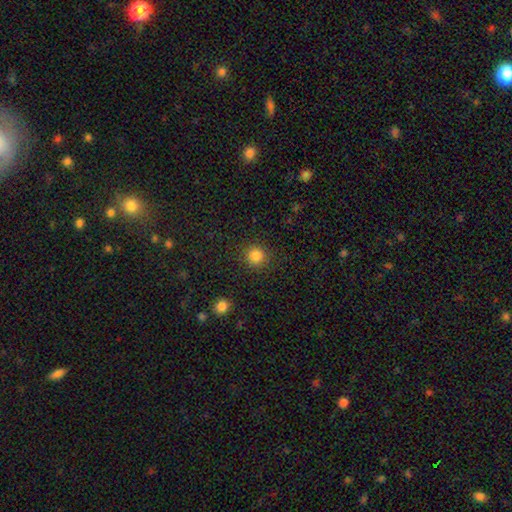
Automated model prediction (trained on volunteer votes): smooth 83%, star or artifact 12%, featured or disk 4%. Down the decision tree: how rounded — round (93%); merging — none (91%).